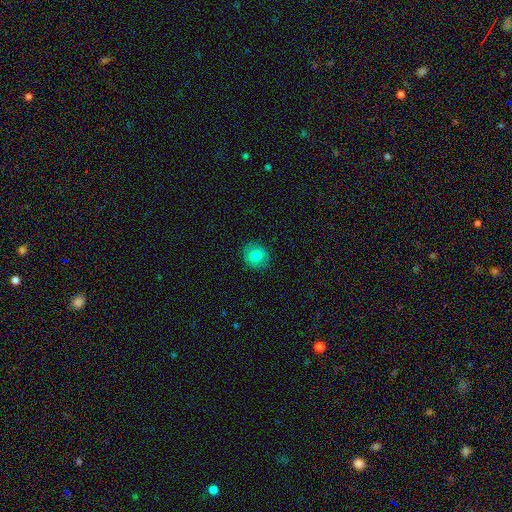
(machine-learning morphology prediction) smooth_or_featured: smooth (p=0.78) [alt: featured or disk p=0.12]
how_rounded: round (p=0.77) [alt: in between p=0.22]
merging: none (p=0.89) [alt: minor disturbance p=0.08]